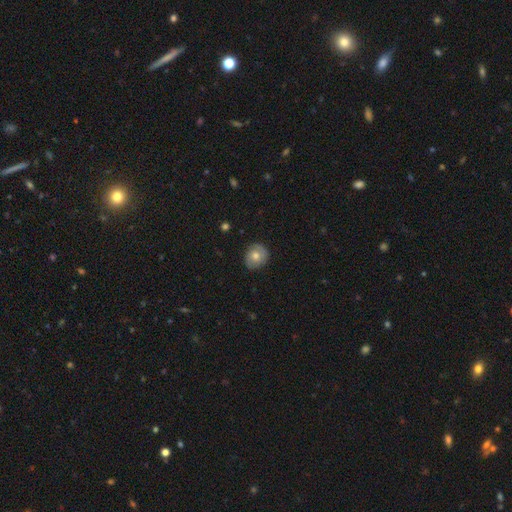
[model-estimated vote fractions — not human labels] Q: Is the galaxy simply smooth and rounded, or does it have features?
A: smooth — 61%.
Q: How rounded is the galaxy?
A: round — 79%.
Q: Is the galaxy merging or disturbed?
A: none — 82%.